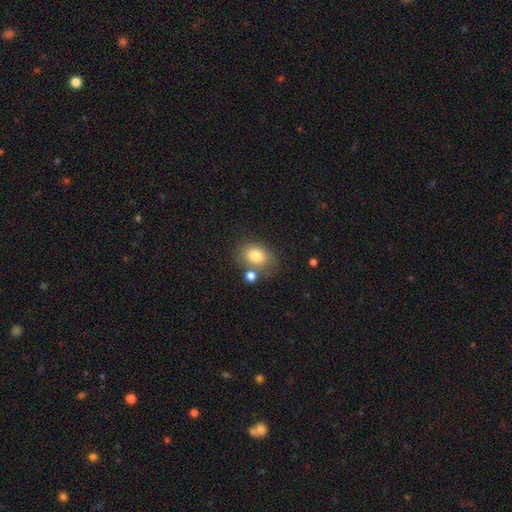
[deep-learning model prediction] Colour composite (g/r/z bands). It shows a smooth galaxy with no disk features (80%) that is in between round and cigar-shaped (64%). Merging: none (62%).